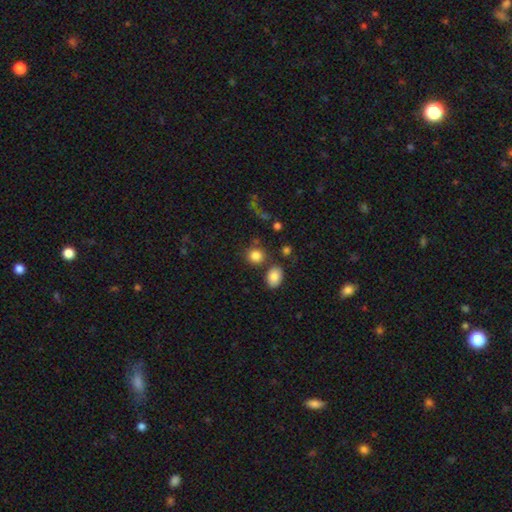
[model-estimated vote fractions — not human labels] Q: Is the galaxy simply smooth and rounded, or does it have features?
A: smooth — 84%.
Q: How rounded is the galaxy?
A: round — 78%.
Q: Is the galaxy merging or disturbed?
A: none — 71%.